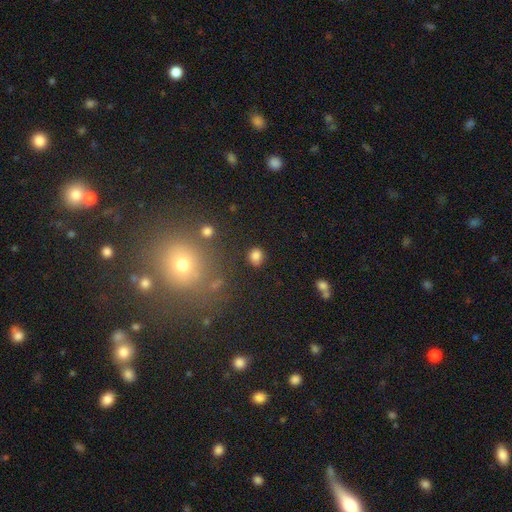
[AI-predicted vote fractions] smooth 81%, star or artifact 13%, featured or disk 6%. Down the decision tree: how rounded — round (72%); merging — none (79%).